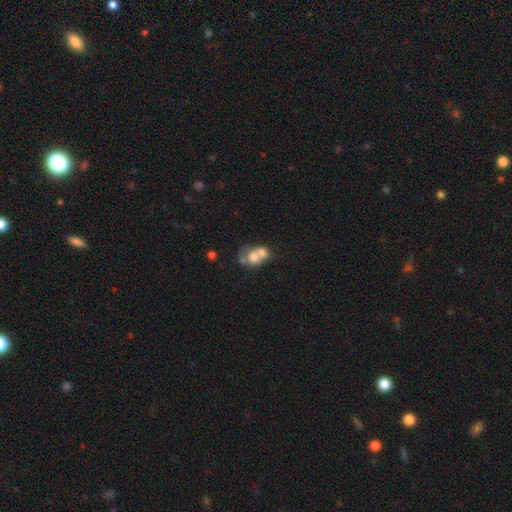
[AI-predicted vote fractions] This appears to be a smooth galaxy with no disk features (62%) that is round (54%). Merging: merger (69%).